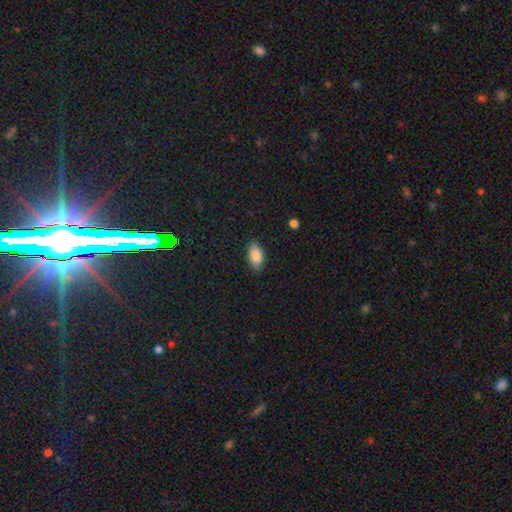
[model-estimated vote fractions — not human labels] This appears to be a smooth galaxy with no disk features (87%) that is in between round and cigar-shaped (93%). Merging: none (82%).